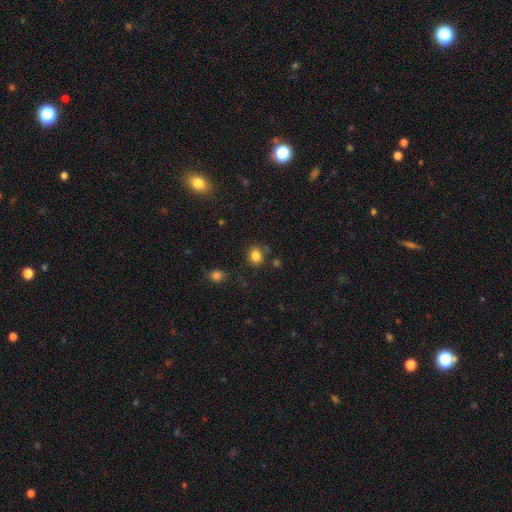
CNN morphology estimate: Smooth or featured? Predicted: smooth (p=0.83). How rounded? Predicted: round (p=0.69). Merging? Predicted: none (p=0.79).